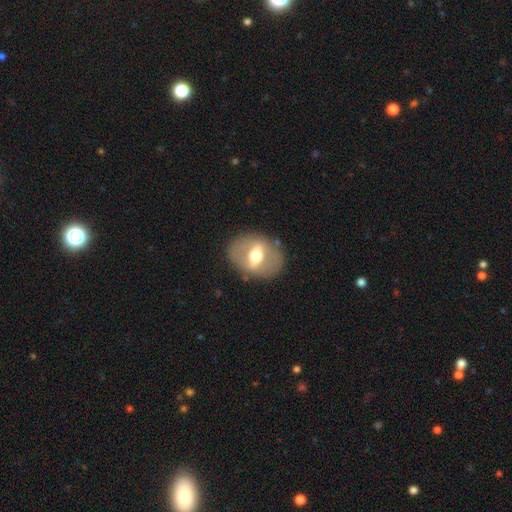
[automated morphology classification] smooth-or-featured: featured or disk: 58% | smooth: 35% | star or artifact: 7%
  disk-edge-on: no: 81% | yes: 19%
  merging: none: 82% | minor disturbance: 11% | major disturbance: 6% | merger: 2%